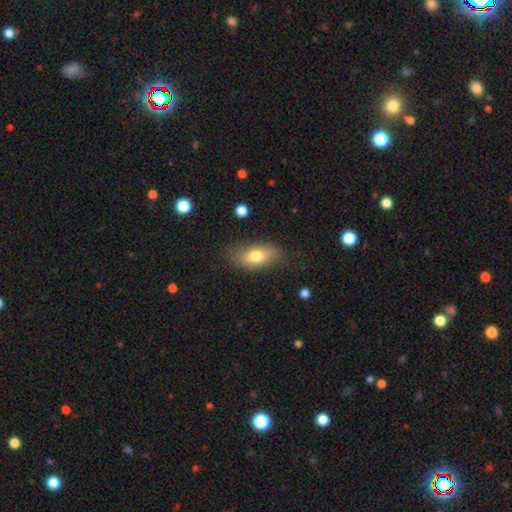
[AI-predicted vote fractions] Morphology: type=smooth (75%); roundness=in between (88%); merging=none (73%).